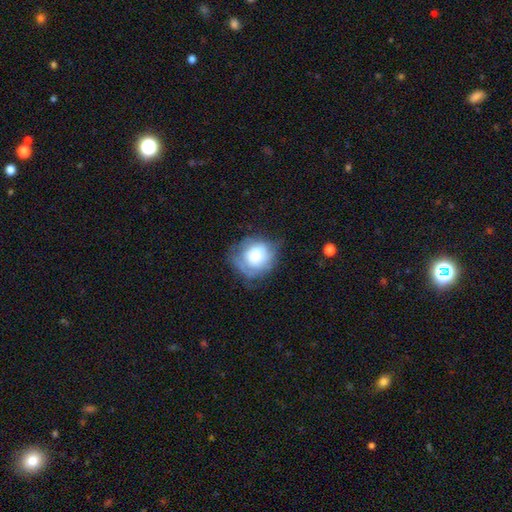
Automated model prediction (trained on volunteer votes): A smooth galaxy with no disk features (62%) that is round (80%). Merging: none (50%).